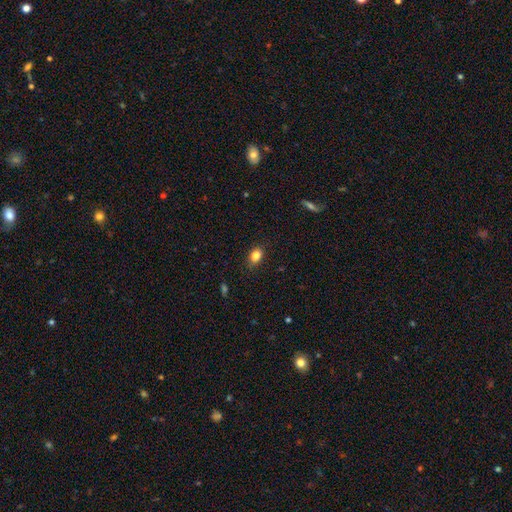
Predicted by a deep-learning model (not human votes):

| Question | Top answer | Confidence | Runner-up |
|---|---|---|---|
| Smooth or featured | smooth | 83% | star or artifact (10%) |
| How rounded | in between | 71% | round (27%) |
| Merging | none | 86% | minor disturbance (11%) |